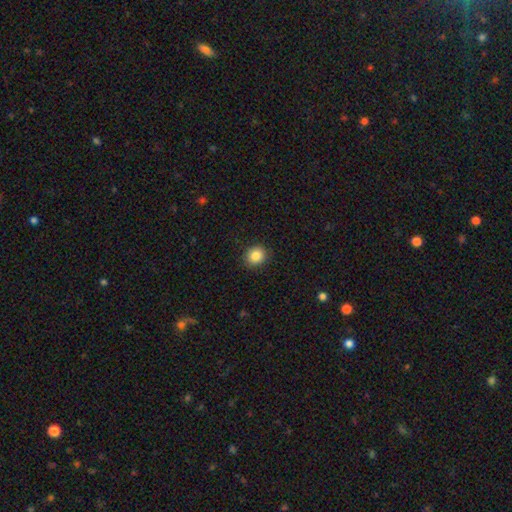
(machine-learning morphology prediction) smooth 87%, star or artifact 9%, featured or disk 4%. Down the decision tree: how rounded — round (82%); merging — none (90%).